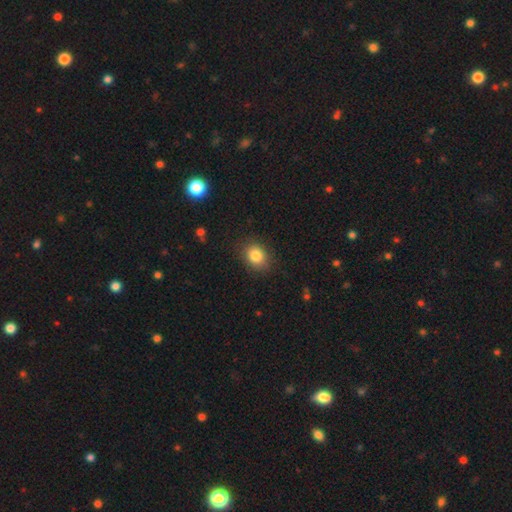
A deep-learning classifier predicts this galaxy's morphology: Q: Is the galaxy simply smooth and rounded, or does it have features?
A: smooth — 83%.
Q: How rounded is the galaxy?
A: in between — 51%.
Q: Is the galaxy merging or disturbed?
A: none — 84%.